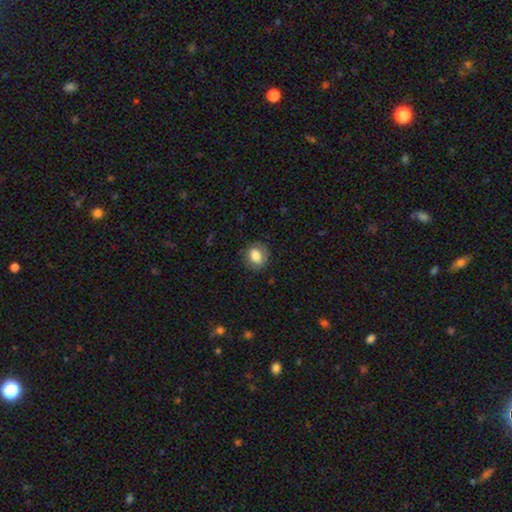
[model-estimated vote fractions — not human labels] Morphology: type=smooth (76%); roundness=round (58%); merging=none (78%).